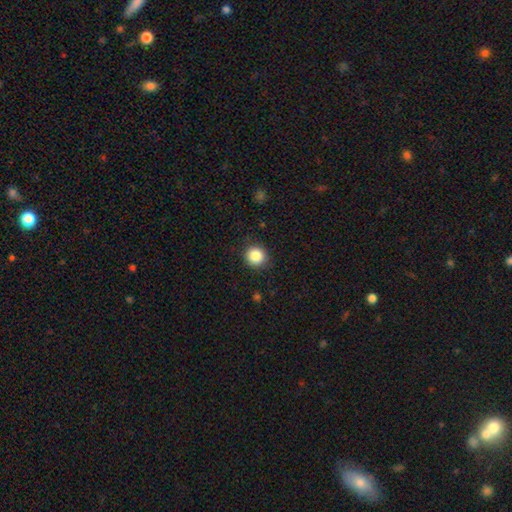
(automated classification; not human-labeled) smooth-or-featured: smooth: 86% | star or artifact: 10% | featured or disk: 4%
  how-rounded: round: 92% | in between: 7% | cigar-shaped: 1%
  merging: none: 90% | minor disturbance: 7% | major disturbance: 2% | merger: 1%